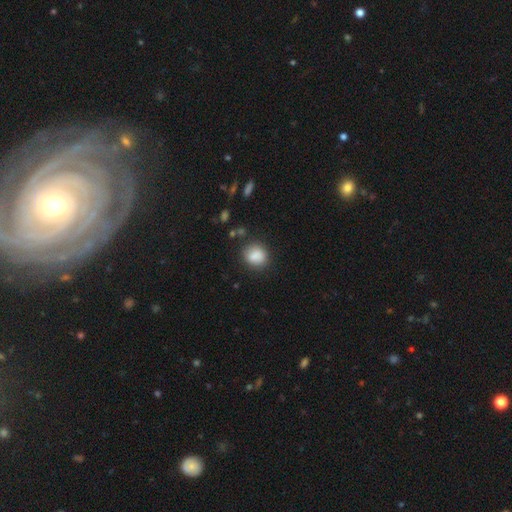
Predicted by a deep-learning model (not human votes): Overall: smooth (86%). How rounded: round (72%). Merging: none (79%).